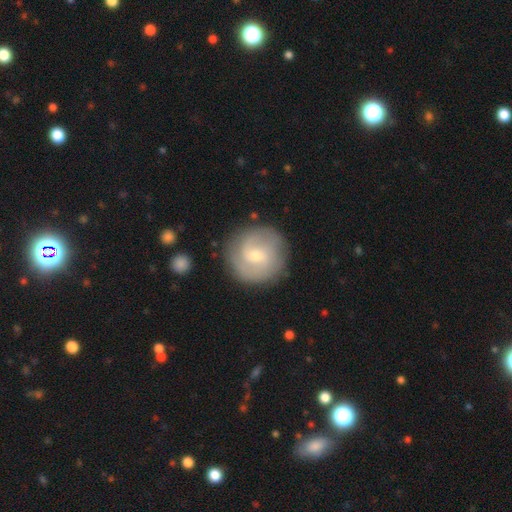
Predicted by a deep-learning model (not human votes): This is likely a featured or disk galaxy (70%). It is clearly not viewed edge-on (98%). Bar: possibly weak (47%). Spiral arm pattern: clearly yes (90%). Spiral arm count: possibly 2 (53%). Spiral winding: marginally tight (44%). Central bulge: possibly small (55%). Merging: clearly none (83%).